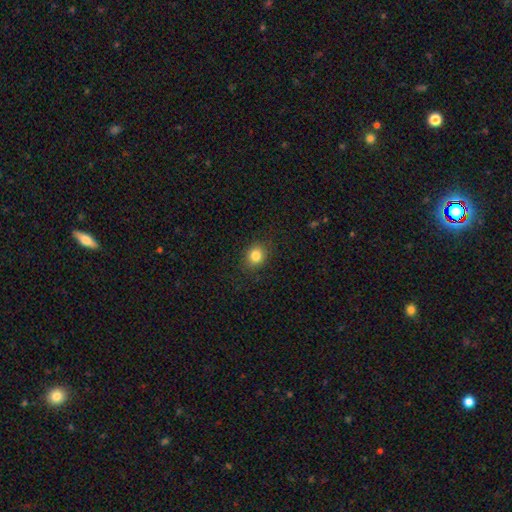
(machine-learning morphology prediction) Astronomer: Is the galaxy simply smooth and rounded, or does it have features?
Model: smooth — 84%.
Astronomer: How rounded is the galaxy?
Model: round — 69%.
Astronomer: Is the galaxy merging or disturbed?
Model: none — 87%.